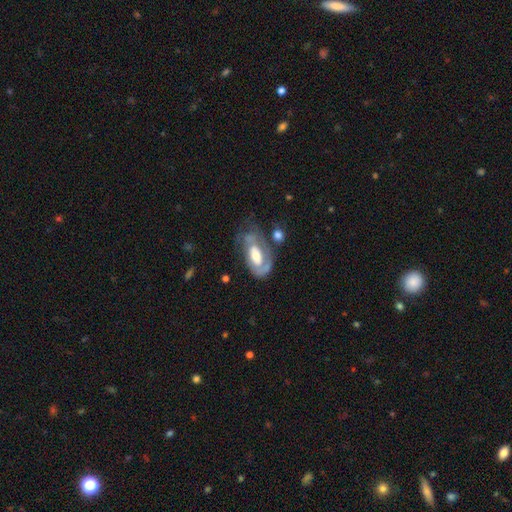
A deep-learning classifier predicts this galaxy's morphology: A featured or disk galaxy (71%) with no bar (59%), spiral arms (72%) and a moderate central bulge (59%). Merging: none (38%).